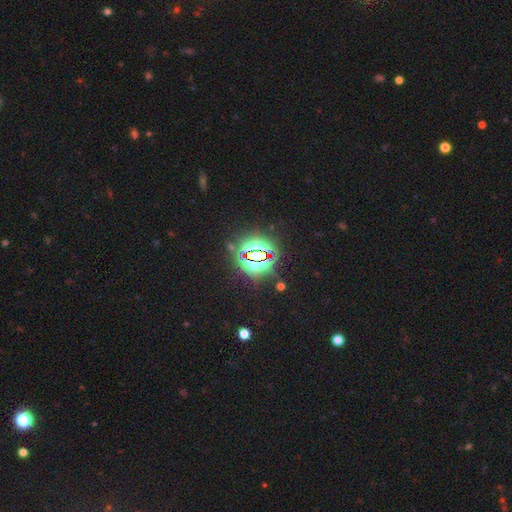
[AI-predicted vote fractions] A star or artifact, not a galaxy (81%).

Vote fractions:
- Smooth or featured? star or artifact: 81% / smooth: 11% / featured or disk: 8%